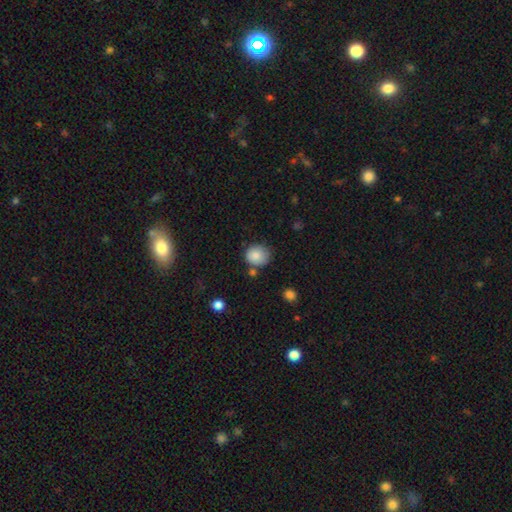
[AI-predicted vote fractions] smooth 85%, star or artifact 9%, featured or disk 6%. Down the decision tree: how rounded — round (80%); merging — none (70%).